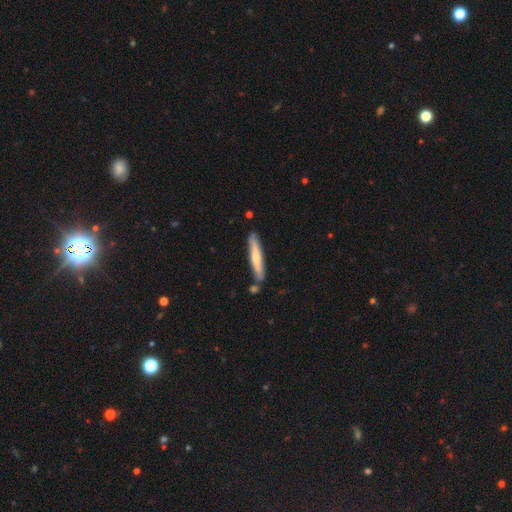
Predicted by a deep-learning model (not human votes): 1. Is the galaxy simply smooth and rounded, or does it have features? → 54% smooth, 41% featured or disk, 5% star or artifact.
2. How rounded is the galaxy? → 94% cigar-shaped, 5% in between, 1% round.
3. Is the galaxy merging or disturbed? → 81% none, 11% minor disturbance, 6% merger, 2% major disturbance.